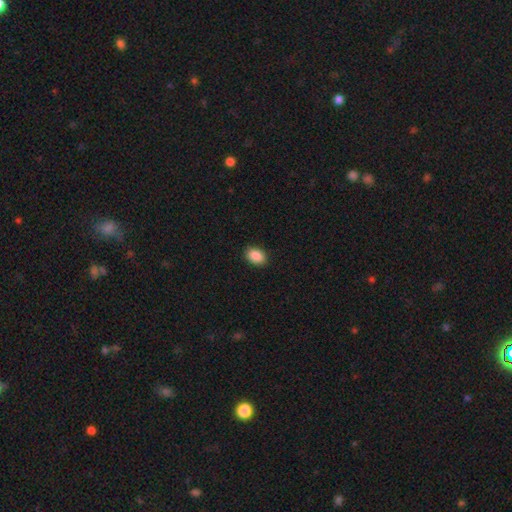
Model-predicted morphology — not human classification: This is clearly a smooth galaxy (89%). How rounded: clearly in between (81%). Merging: clearly none (90%).